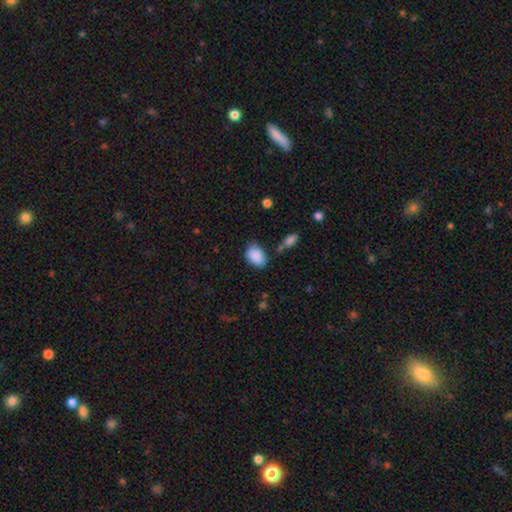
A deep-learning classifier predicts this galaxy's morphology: This appears to be a smooth galaxy with no disk features (89%) that is in between round and cigar-shaped (84%). Merging: none (70%).